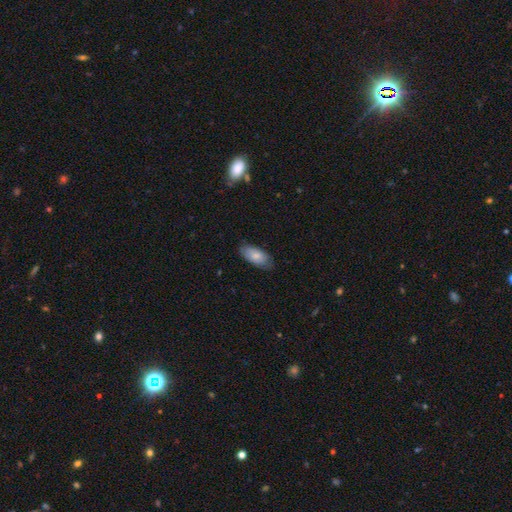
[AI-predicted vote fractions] The model was most divided on "merging": none: 76%, minor disturbance: 20%, major disturbance: 3%, merger: 1%. More confident: how rounded — in between (90%); smooth or featured — smooth (77%).